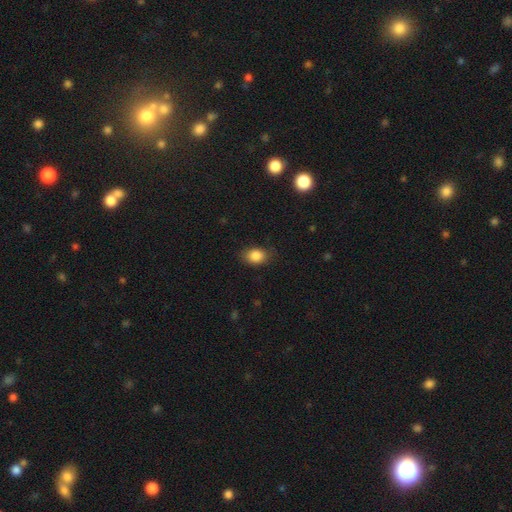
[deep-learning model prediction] This appears to be a smooth galaxy with no disk features (86%) that is in between round and cigar-shaped (68%). Merging: none (79%).